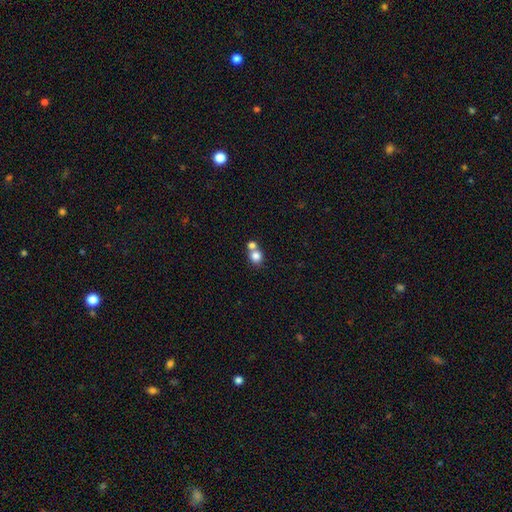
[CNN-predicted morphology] smooth 81%, star or artifact 10%, featured or disk 9%. Down the decision tree: how rounded — round (78%); merging — merger (46%).